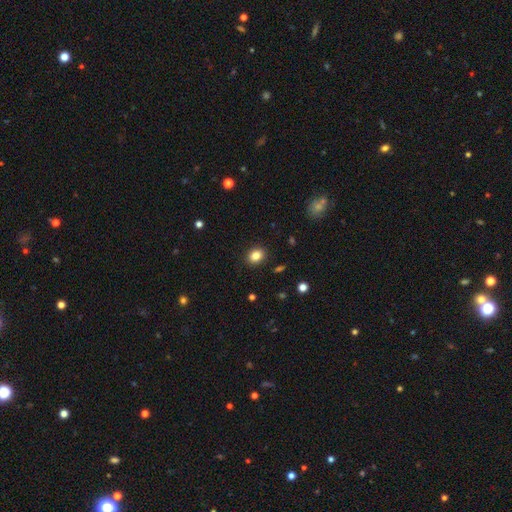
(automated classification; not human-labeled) smooth_or_featured: smooth (p=0.84) [alt: star or artifact p=0.10]
how_rounded: in between (p=0.51) [alt: round p=0.48]
merging: none (p=0.90) [alt: minor disturbance p=0.07]